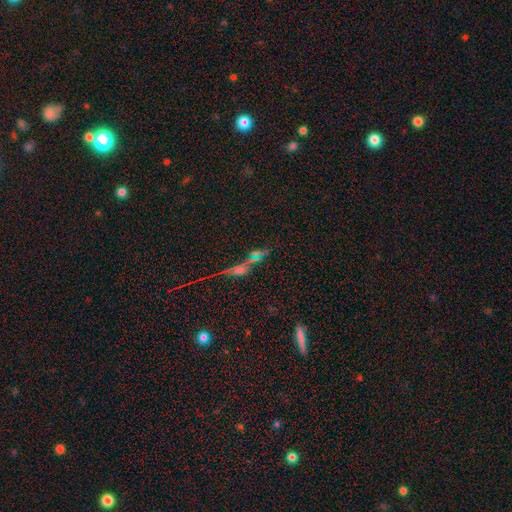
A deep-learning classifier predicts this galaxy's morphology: star or artifact 51%, featured or disk 26%, smooth 23%.